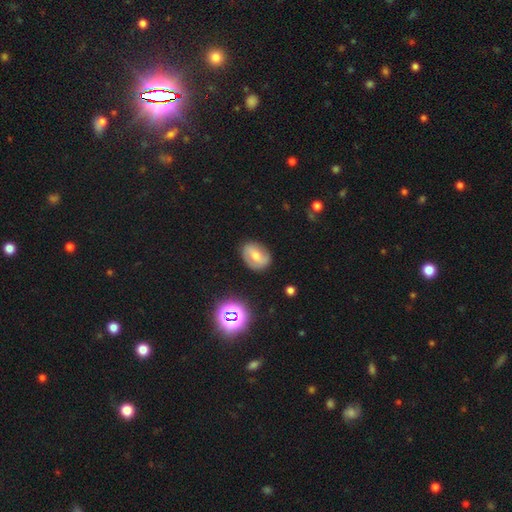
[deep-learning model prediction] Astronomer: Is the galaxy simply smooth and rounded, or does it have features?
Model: smooth — 45% (runner-up: featured or disk, 43%).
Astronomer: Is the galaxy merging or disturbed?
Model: none — 81%.